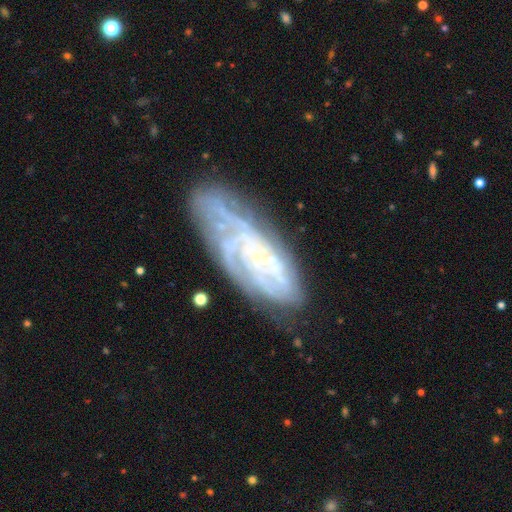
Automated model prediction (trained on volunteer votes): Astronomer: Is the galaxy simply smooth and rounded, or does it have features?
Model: featured or disk — 78%.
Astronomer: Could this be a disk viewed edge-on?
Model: no — 88%.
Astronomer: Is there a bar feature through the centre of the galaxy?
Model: no — 63%.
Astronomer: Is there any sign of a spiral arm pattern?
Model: yes — 90%.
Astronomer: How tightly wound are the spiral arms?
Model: tight — 68%.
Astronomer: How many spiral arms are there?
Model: can't tell — 41% (runner-up: 3, 18%).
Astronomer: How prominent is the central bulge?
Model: small — 64%.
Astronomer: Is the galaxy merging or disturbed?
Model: none — 65%.